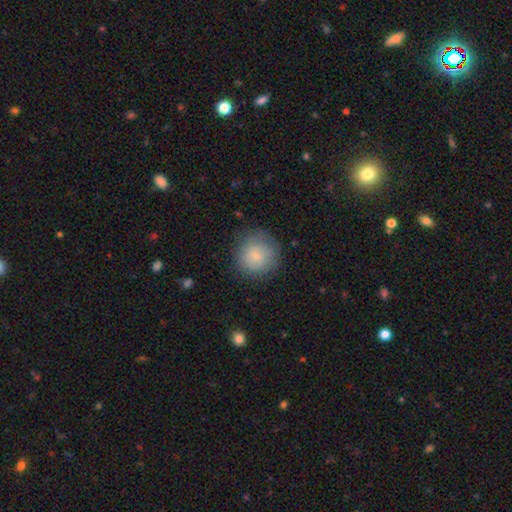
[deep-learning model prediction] smooth_or_featured: smooth (p=0.82) [alt: featured or disk p=0.10]
how_rounded: round (p=0.92) [alt: in between p=0.07]
merging: none (p=0.81) [alt: minor disturbance p=0.13]